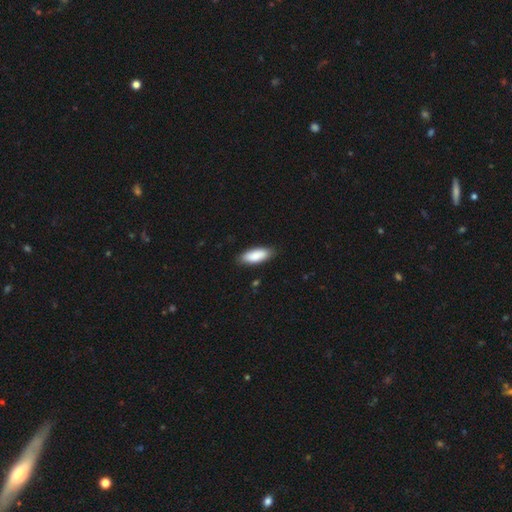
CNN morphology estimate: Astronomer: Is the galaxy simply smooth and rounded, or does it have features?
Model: smooth — 88%.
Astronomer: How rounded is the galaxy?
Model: in between — 77%.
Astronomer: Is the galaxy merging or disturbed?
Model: none — 85%.